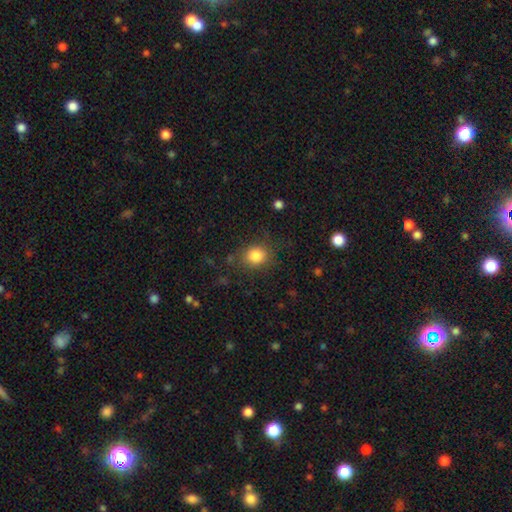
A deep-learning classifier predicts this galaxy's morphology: Smooth or featured? Predicted: smooth (p=0.83). How rounded? Predicted: round (p=0.70). Merging? Predicted: none (p=0.78).